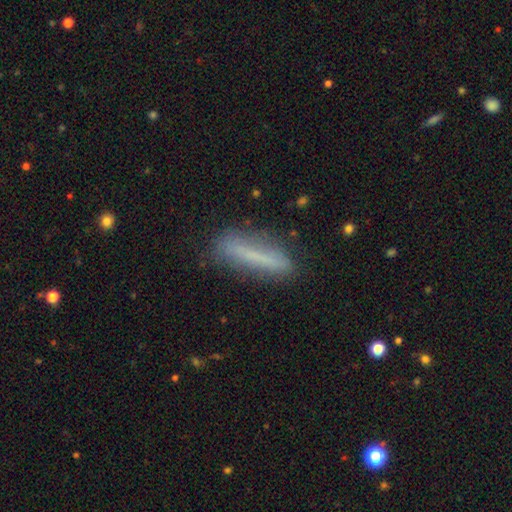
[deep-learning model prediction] Morphology: type=smooth (61%); roundness=cigar-shaped (86%); merging=none (79%).